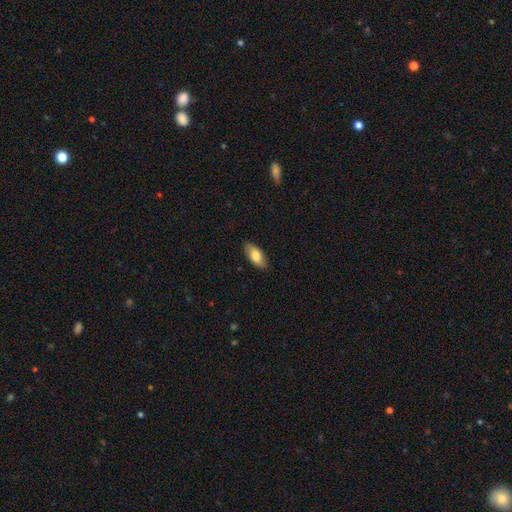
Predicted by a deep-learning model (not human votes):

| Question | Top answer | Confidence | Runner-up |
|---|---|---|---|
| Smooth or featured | smooth | 78% | featured or disk (16%) |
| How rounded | in between | 90% | cigar-shaped (8%) |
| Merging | none | 87% | minor disturbance (10%) |